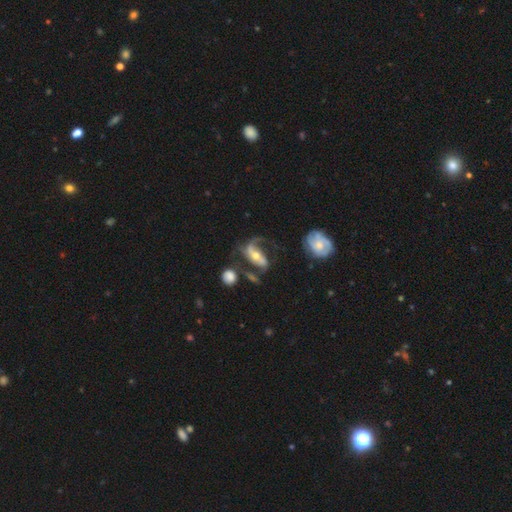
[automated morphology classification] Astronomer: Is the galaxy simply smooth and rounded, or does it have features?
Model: featured or disk — 79%.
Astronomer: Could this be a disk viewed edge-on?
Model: no — 93%.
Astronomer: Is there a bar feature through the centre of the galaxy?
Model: strong — 42% (runner-up: no, 30%).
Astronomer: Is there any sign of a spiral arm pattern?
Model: yes — 91%.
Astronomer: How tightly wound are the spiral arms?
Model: loose — 52% (runner-up: medium, 34%).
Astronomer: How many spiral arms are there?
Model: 2 — 70%.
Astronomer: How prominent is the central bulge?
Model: moderate — 58% (runner-up: small, 35%).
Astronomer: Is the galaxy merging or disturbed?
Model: none — 39% (runner-up: major disturbance, 31%).